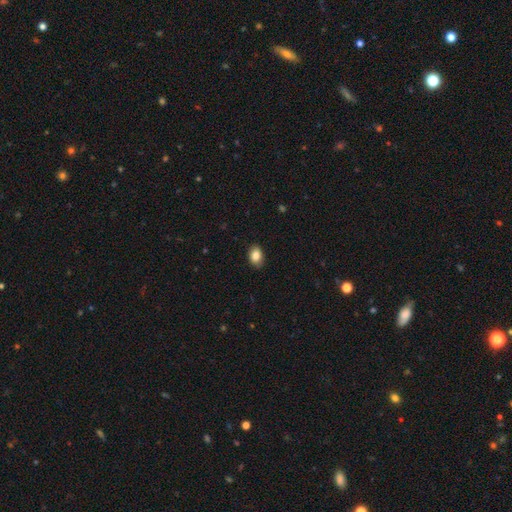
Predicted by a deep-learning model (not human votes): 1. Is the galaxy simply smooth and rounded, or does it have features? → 86% smooth, 8% star or artifact, 6% featured or disk.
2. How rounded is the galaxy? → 78% in between, 21% round, 1% cigar-shaped.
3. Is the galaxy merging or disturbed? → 87% none, 10% minor disturbance, 2% major disturbance, 1% merger.